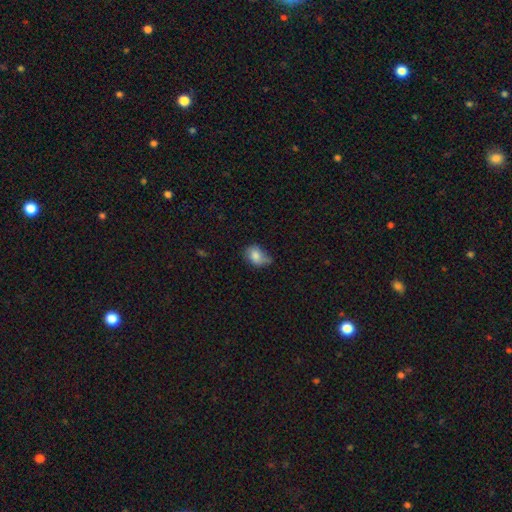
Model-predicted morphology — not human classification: This is likely a smooth galaxy (78%). How rounded: likely in between (67%). Merging: marginally minor disturbance (43%).